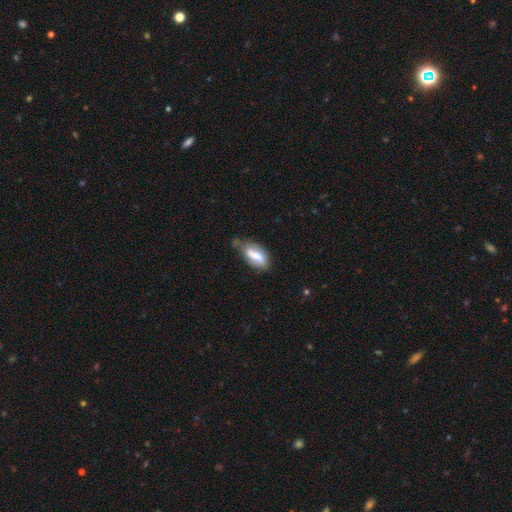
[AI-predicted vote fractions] Q: Smooth or featured?
A: smooth (65%); runner-up: featured or disk (28%)
Q: How rounded?
A: in between (83%); runner-up: cigar-shaped (14%)
Q: Merging?
A: none (51%); runner-up: minor disturbance (33%)